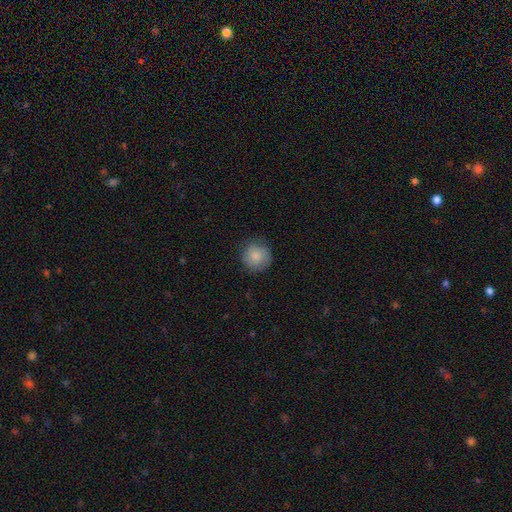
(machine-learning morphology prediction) type=smooth (84%); roundness=round (93%); merging=none (83%).